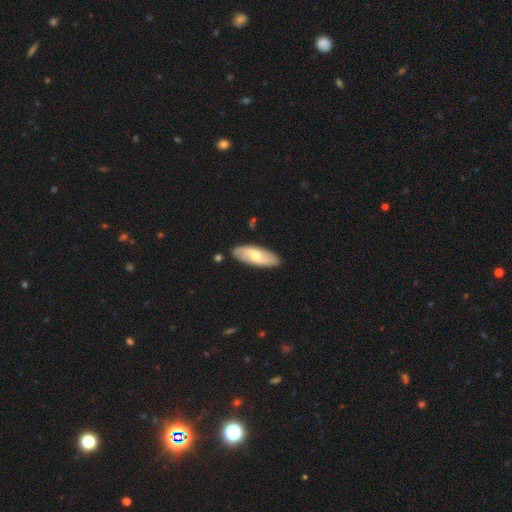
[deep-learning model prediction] Smooth or featured? featured or disk (49%)
Merging? none (86%)